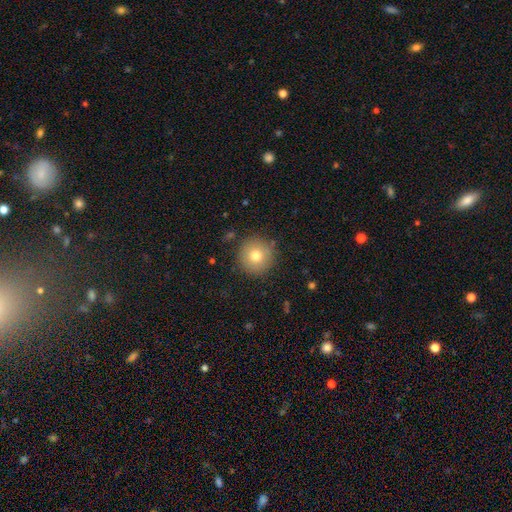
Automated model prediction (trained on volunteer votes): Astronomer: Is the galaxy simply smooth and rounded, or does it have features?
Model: smooth — 75%.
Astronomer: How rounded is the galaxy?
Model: round — 96%.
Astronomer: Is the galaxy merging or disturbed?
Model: none — 88%.